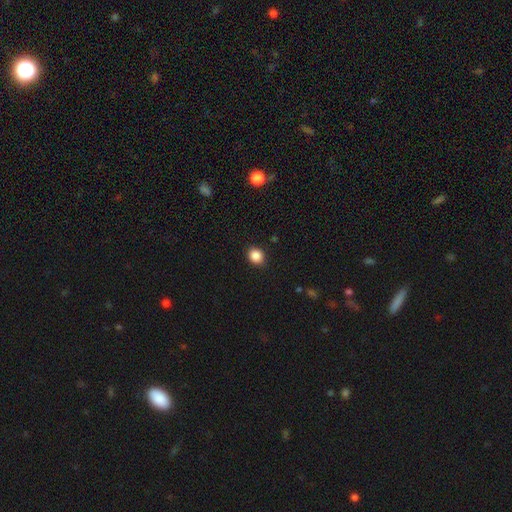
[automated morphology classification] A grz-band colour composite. It shows a smooth galaxy with no disk features (87%) that is round (72%). Merging: none (89%).